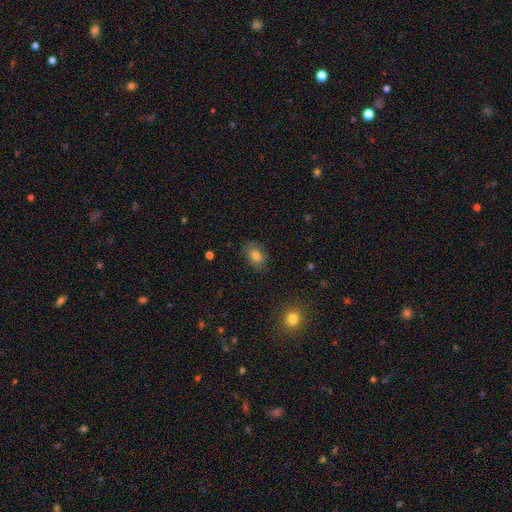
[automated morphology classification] Smooth or featured?
  - smooth: 75% *
  - featured or disk: 14%
  - star or artifact: 11%
How rounded?
  - in between: 73% *
  - round: 26%
  - cigar-shaped: 1%
Merging?
  - none: 80% *
  - minor disturbance: 15%
  - major disturbance: 4%
  - merger: 1%